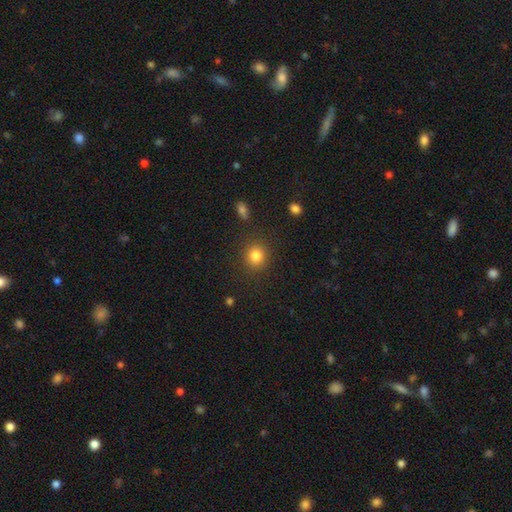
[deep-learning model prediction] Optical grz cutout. It shows a smooth galaxy with no disk features (83%) that is round (86%). Merging: none (87%).